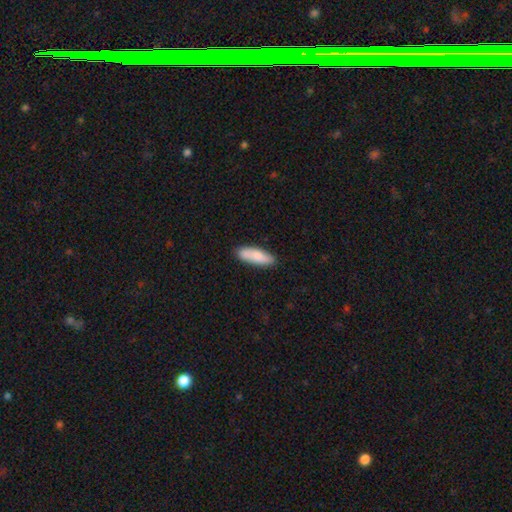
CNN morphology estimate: smooth-or-featured: smooth: 84% | featured or disk: 10% | star or artifact: 6%
  how-rounded: in between: 53% | cigar-shaped: 45% | round: 2%
  merging: none: 85% | minor disturbance: 11% | merger: 2% | major disturbance: 2%